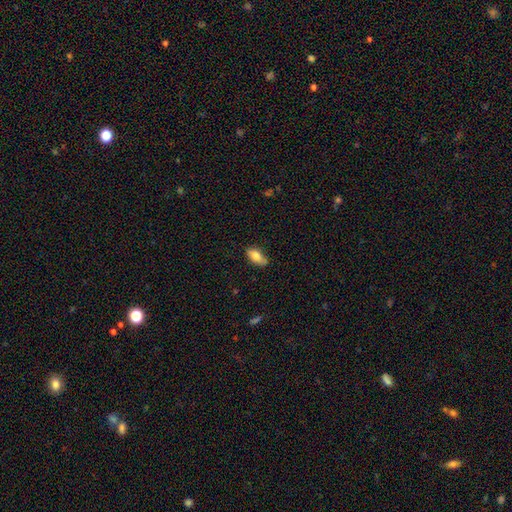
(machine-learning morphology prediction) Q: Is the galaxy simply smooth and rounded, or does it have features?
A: smooth — 81%.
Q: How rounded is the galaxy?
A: in between — 86%.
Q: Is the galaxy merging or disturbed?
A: none — 73%.